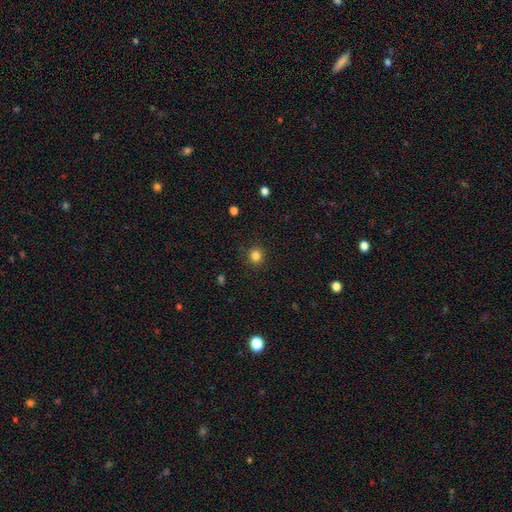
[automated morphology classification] type=smooth (83%); roundness=round (91%); merging=none (91%).